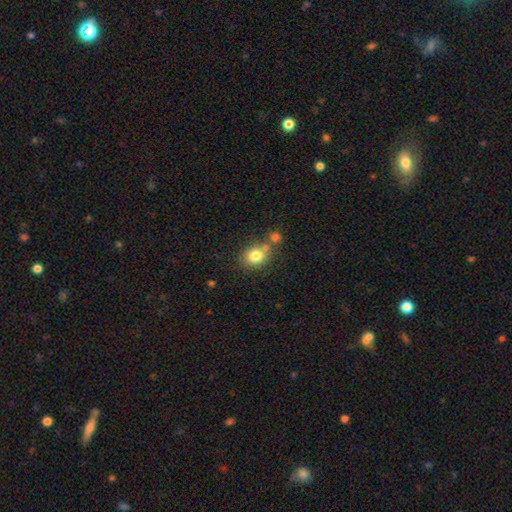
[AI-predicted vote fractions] This appears to be a smooth galaxy with no disk features (80%) that is round (67%). Merging: none (60%).